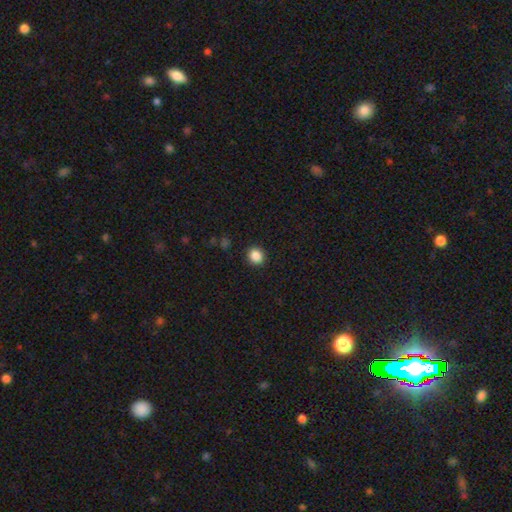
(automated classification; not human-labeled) The model was most divided on "how rounded": round: 75%, in between: 24%, cigar-shaped: 1%. More confident: merging — none (91%); smooth or featured — smooth (87%).